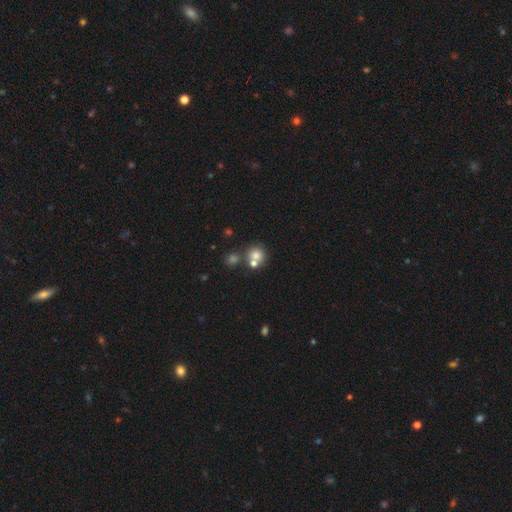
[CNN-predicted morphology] The model was most divided on "merging": none: 49%, merger: 38%, minor disturbance: 9%, major disturbance: 4%. More confident: how rounded — round (85%); smooth or featured — smooth (73%).